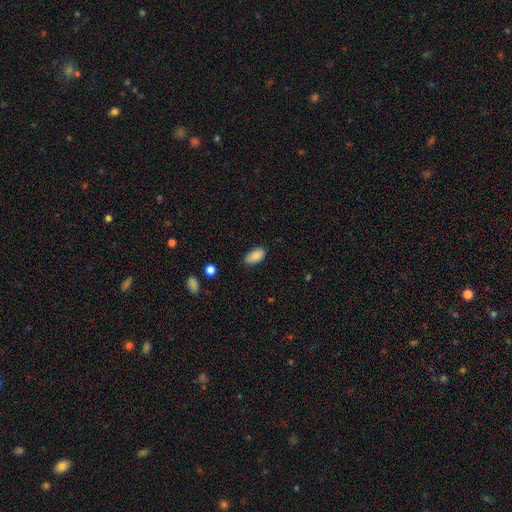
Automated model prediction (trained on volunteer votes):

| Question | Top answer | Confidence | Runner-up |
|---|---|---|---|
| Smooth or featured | smooth | 87% | star or artifact (8%) |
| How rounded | in between | 93% | cigar-shaped (4%) |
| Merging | none | 79% | minor disturbance (17%) |